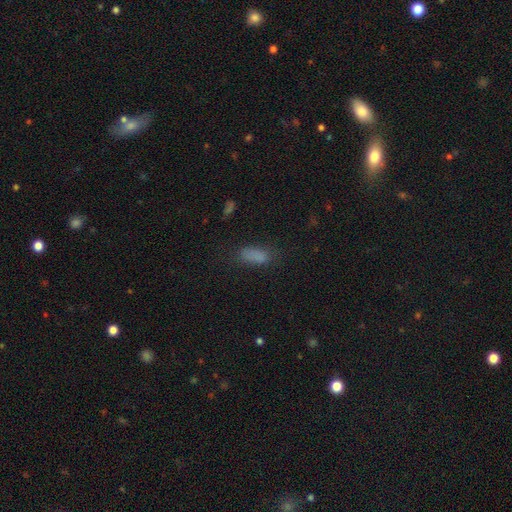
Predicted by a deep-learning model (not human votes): The model was most divided on "merging": none: 65%, minor disturbance: 22%, major disturbance: 10%, merger: 3%. More confident: smooth or featured — smooth (80%); how rounded — in between (78%).